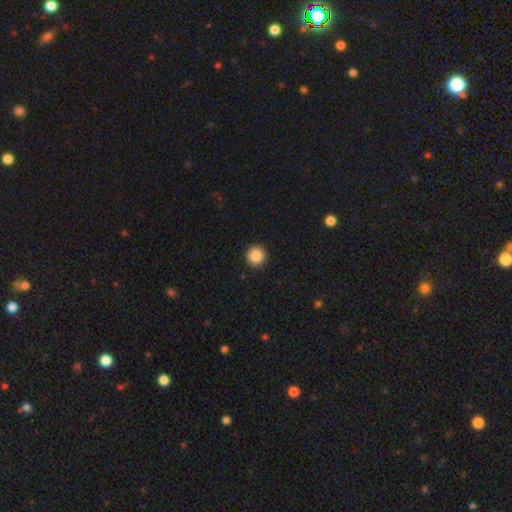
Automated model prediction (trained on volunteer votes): A smooth galaxy with no disk features (87%) that is round (95%). Merging: none (93%).